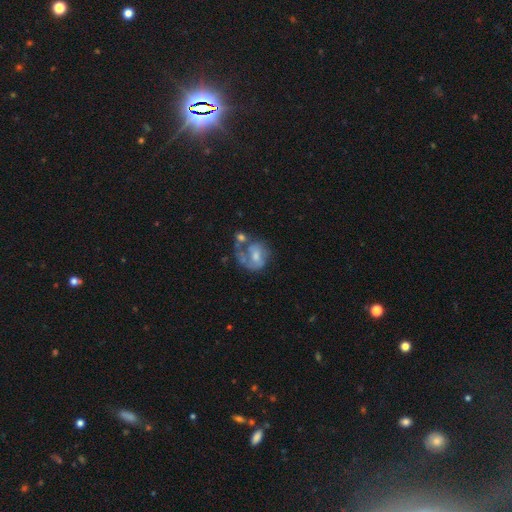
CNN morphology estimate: Smooth or featured: featured or disk — 62% (smooth — 30%)
Edge-on disk: no — 98% (yes — 2%)
Bar: no — 54% (weak — 37%)
Spiral arms: yes — 68% (no — 32%)
Bulge size: moderate — 51% (small — 28%)
Merging: major disturbance — 30% (tied with none — 30%)